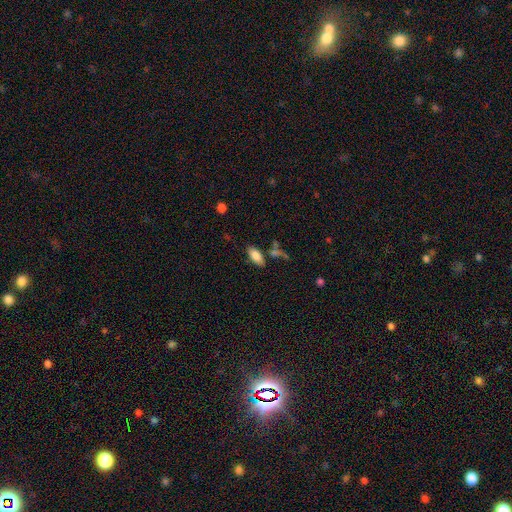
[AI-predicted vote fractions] smooth 84%, featured or disk 8%, star or artifact 7%. Down the decision tree: how rounded — in between (89%); merging — none (71%).